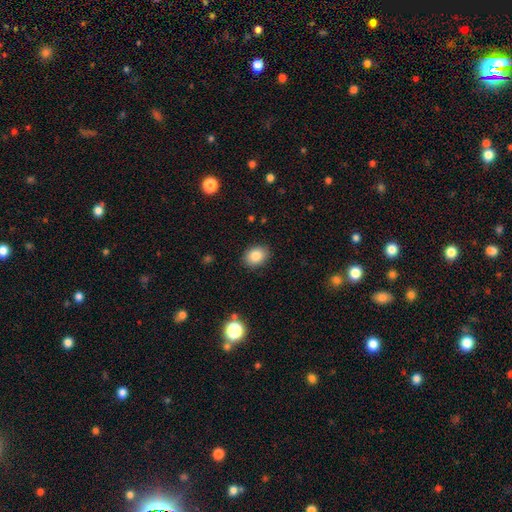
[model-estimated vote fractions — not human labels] Smooth or featured?
  - smooth: 84% *
  - star or artifact: 9%
  - featured or disk: 7%
How rounded?
  - in between: 63% *
  - round: 36%
  - cigar-shaped: 1%
Merging?
  - none: 88% *
  - minor disturbance: 9%
  - major disturbance: 2%
  - merger: 1%